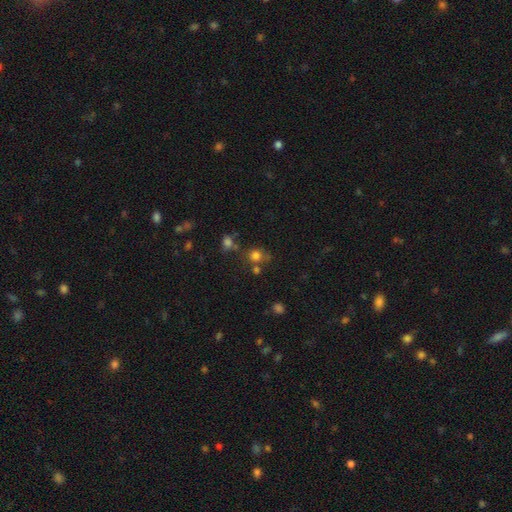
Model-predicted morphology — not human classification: A smooth galaxy with no disk features (75%) that is round (81%).

Vote fractions:
- Smooth or featured? smooth: 75% / star or artifact: 17% / featured or disk: 8%
- How rounded? round: 81% / in between: 18% / cigar-shaped: 1%
- Merging? none: 62% / merger: 18% / minor disturbance: 14% / major disturbance: 6%